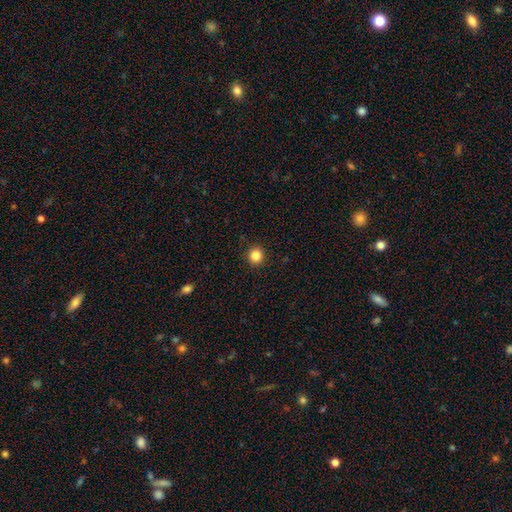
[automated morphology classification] type=smooth (85%); roundness=round (92%); merging=none (92%).